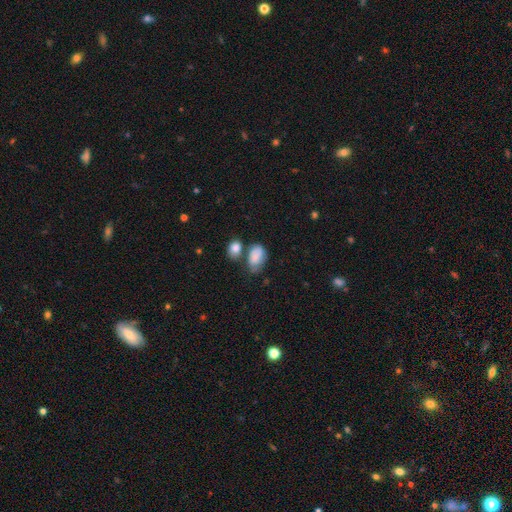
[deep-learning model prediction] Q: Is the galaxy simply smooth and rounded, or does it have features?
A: smooth — 79%.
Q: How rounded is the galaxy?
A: in between — 84%.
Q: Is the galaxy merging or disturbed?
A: none — 40%.